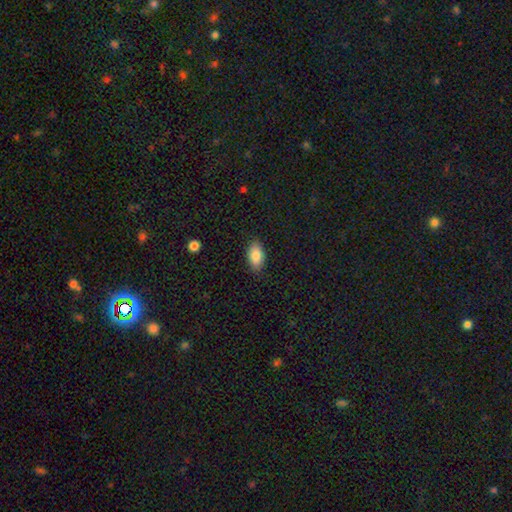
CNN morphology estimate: smooth 85%, featured or disk 8%, star or artifact 7%. Down the decision tree: how rounded — in between (92%); merging — none (86%).